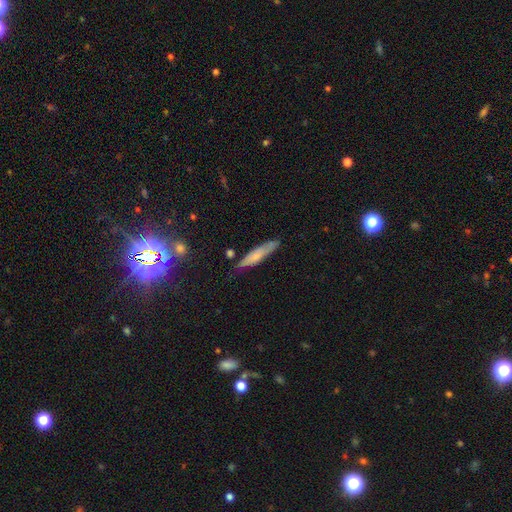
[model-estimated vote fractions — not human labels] A smooth galaxy with no disk features (64%) that is cigar-shaped (84%). Merging: none (73%).